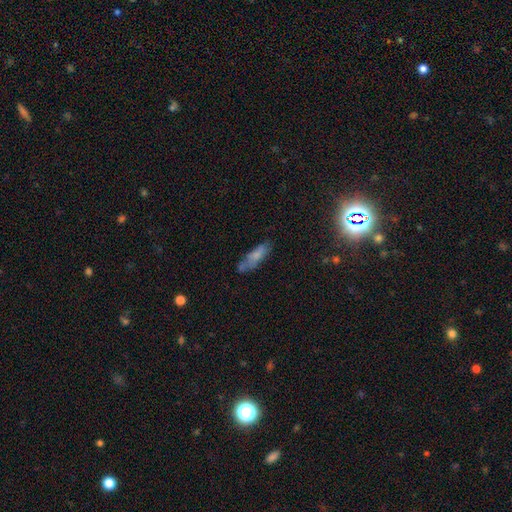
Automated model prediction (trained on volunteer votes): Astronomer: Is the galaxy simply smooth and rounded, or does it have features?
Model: smooth — 63%.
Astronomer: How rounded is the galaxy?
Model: cigar-shaped — 52% (runner-up: in between, 45%).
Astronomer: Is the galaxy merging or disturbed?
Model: none — 58%.